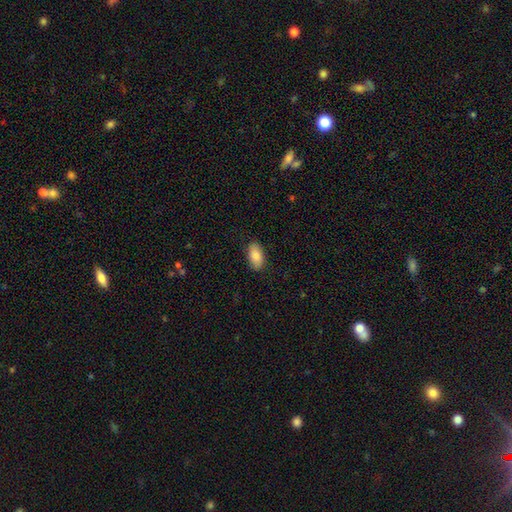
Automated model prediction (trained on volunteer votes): Overall: smooth (87%). How rounded: in between (94%). Merging: none (87%).